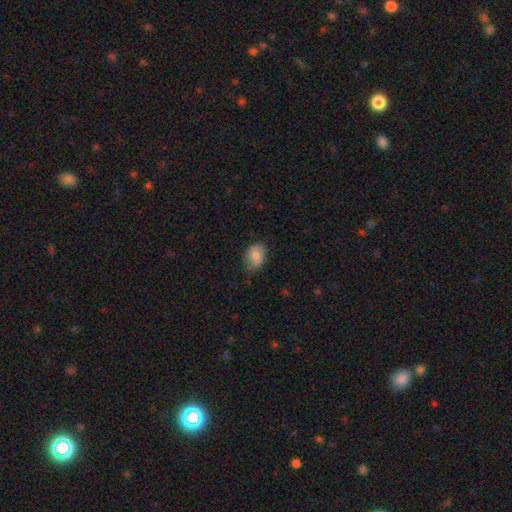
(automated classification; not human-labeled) Morphology: type=smooth (79%); roundness=in between (73%); merging=none (67%).